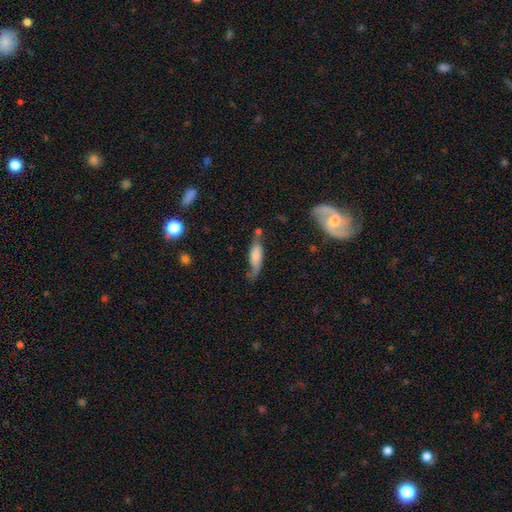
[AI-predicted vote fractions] Q: Smooth or featured?
A: smooth (61%); runner-up: featured or disk (32%)
Q: How rounded?
A: cigar-shaped (54%); runner-up: in between (44%)
Q: Merging?
A: none (48%); runner-up: minor disturbance (29%)